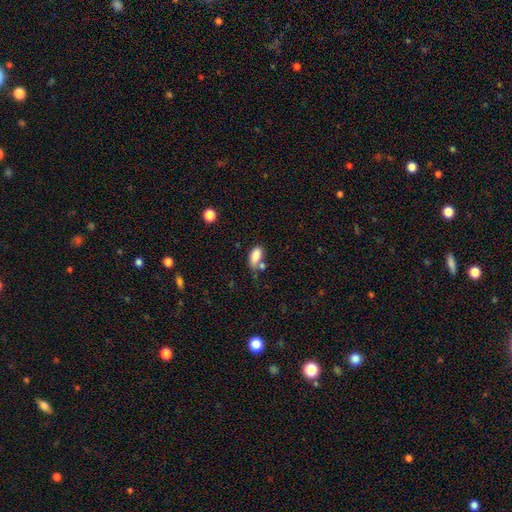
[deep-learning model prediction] Smooth or featured? smooth (84%)
How rounded? in between (87%)
Merging? none (48%)